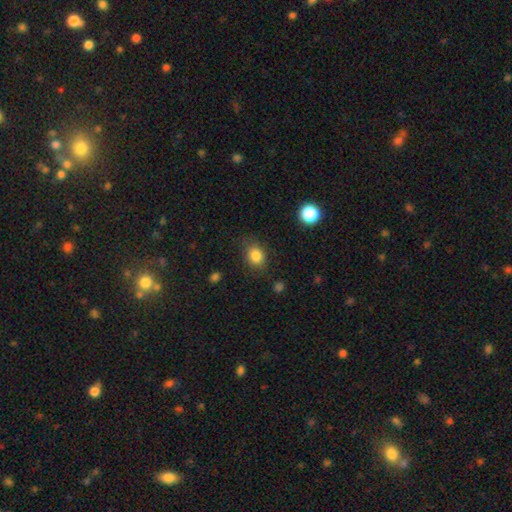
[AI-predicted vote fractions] smooth 84%, star or artifact 10%, featured or disk 6%. Down the decision tree: how rounded — in between (52%); merging — none (77%).